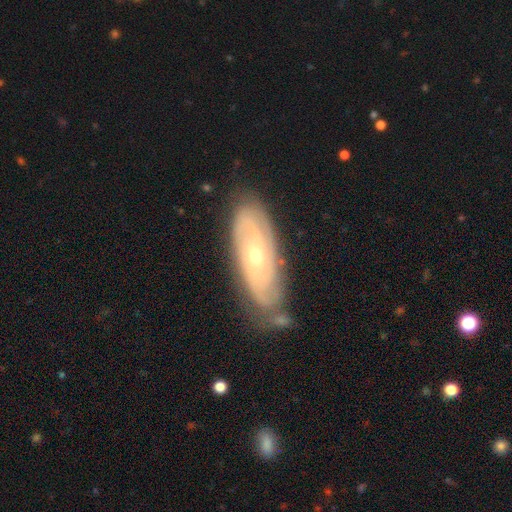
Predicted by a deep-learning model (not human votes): Smooth or featured? Predicted: featured or disk (p=0.77). Edge-on disk? Predicted: no (p=0.89). Bar? Predicted: no (p=0.76). Spiral arms? Predicted: yes (p=0.90). Spiral winding? Predicted: tight (p=0.72). Spiral arm count? Predicted: can't tell (p=0.44). Bulge size? Predicted: small (p=0.59). Merging? Predicted: none (p=0.72).